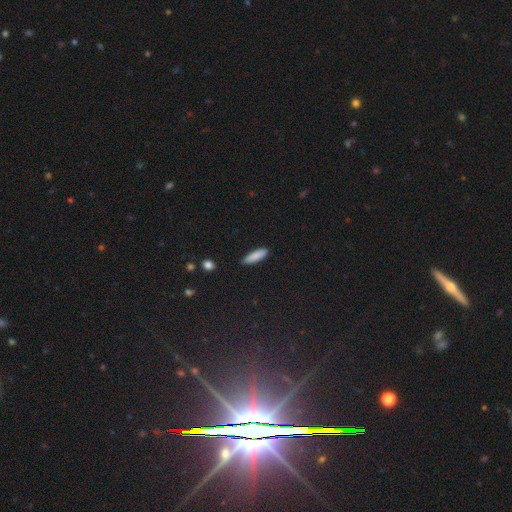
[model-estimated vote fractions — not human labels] This is clearly a smooth galaxy (85%). How rounded: likely cigar-shaped (65%). Merging: clearly none (85%).